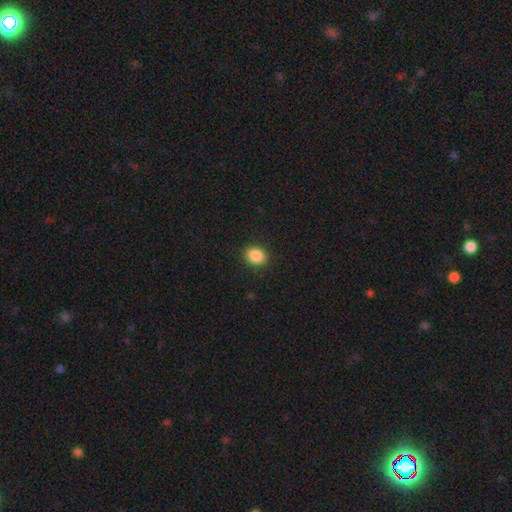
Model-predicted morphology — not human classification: smooth_or_featured: smooth (p=0.88) [alt: star or artifact p=0.09]
how_rounded: round (p=0.58) [alt: in between p=0.42]
merging: none (p=0.90) [alt: minor disturbance p=0.07]